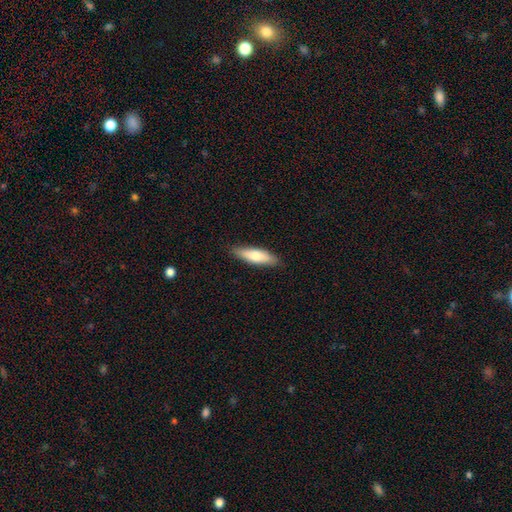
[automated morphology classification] Q: Smooth or featured?
A: smooth (70%); runner-up: featured or disk (25%)
Q: How rounded?
A: cigar-shaped (60%); runner-up: in between (38%)
Q: Merging?
A: none (87%); runner-up: minor disturbance (10%)